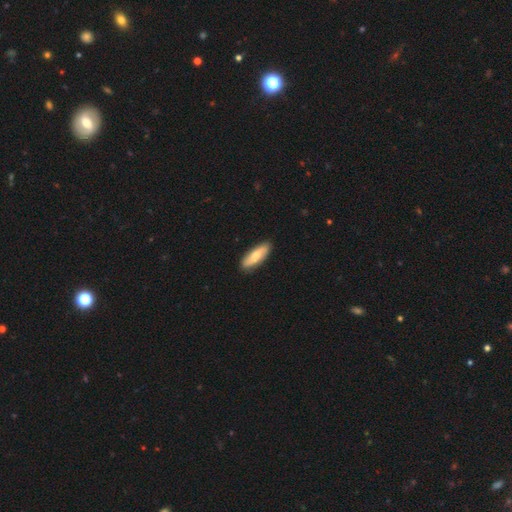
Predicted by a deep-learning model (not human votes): A smooth galaxy with no disk features (67%) that is in between round and cigar-shaped (55%). Merging: none (89%).